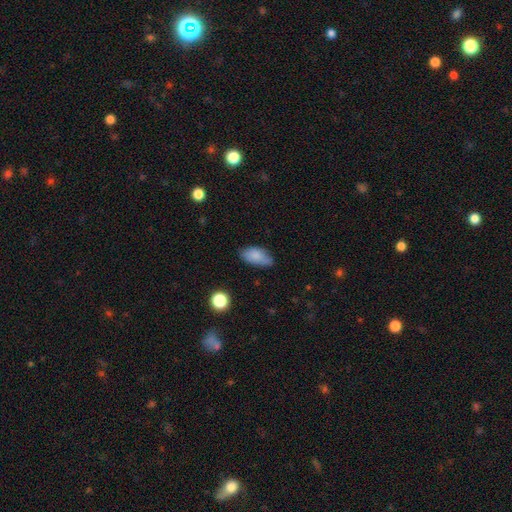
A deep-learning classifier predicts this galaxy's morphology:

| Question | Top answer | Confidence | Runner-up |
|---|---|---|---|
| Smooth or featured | smooth | 82% | featured or disk (10%) |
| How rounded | in between | 91% | cigar-shaped (5%) |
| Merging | none | 67% | minor disturbance (26%) |